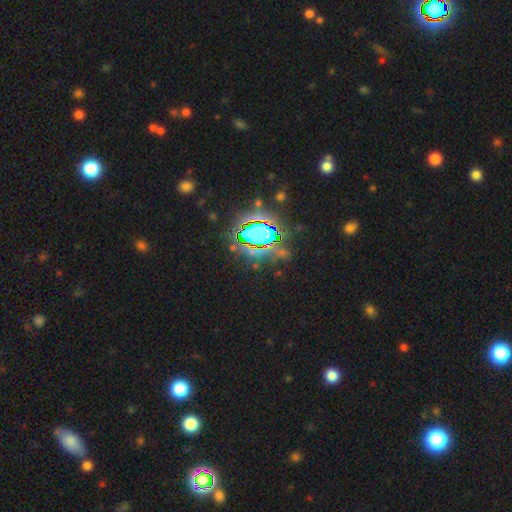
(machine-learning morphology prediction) A star or artifact, not a galaxy (81%).